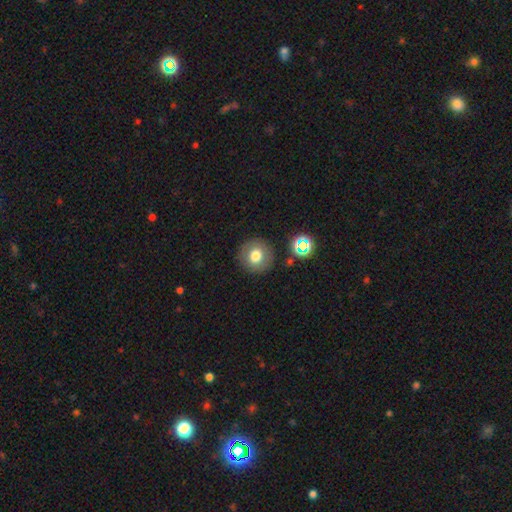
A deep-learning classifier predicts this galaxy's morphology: Smooth or featured: smooth — 74% (featured or disk — 14%)
How rounded: round — 92% (in between — 7%)
Merging: none — 87% (minor disturbance — 8%)